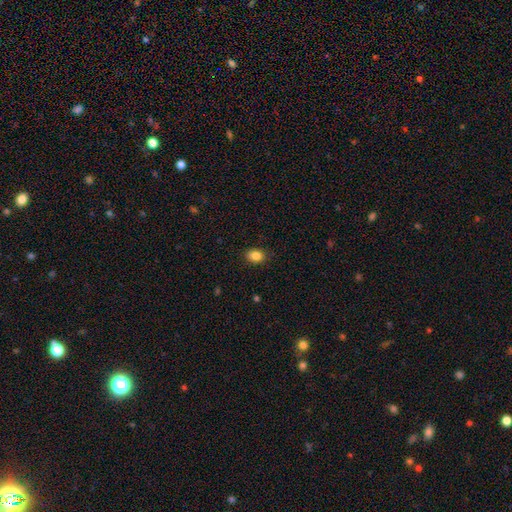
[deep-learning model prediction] A smooth galaxy with no disk features (85%) that is in between round and cigar-shaped (71%). Merging: none (86%).